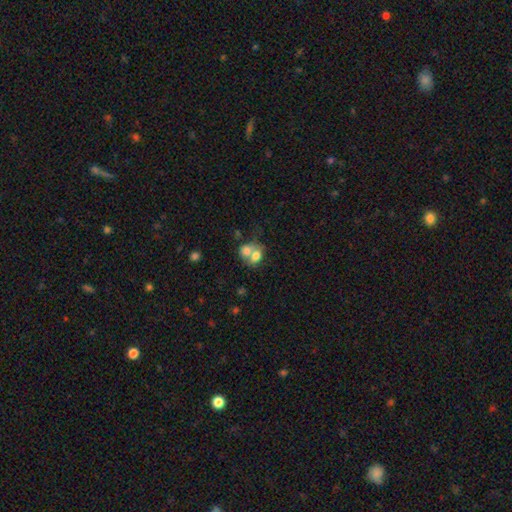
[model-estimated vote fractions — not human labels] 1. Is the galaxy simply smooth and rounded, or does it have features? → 71% smooth, 20% featured or disk, 9% star or artifact.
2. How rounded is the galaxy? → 56% in between, 42% round, 1% cigar-shaped.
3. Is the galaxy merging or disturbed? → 67% merger, 21% none, 7% minor disturbance, 5% major disturbance.